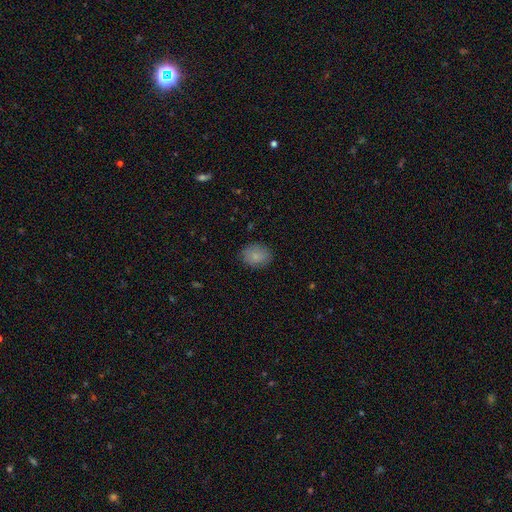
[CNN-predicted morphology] Overall: smooth (84%). How rounded: in between (54%; round 45%). Merging: none (85%).